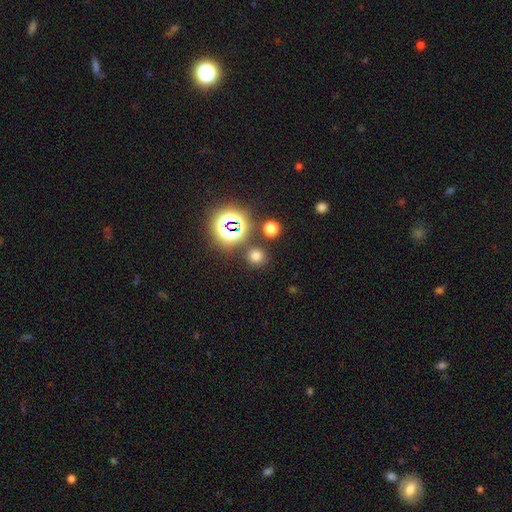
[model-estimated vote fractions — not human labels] smooth-or-featured: smooth: 66% | star or artifact: 27% | featured or disk: 6%
  how-rounded: round: 91% | in between: 8% | cigar-shaped: 1%
  merging: none: 83% | minor disturbance: 7% | merger: 7% | major disturbance: 3%